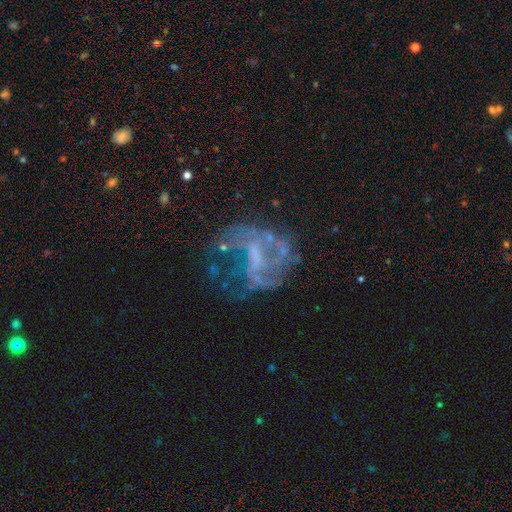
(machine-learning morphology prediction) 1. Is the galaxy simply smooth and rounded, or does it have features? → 76% featured or disk, 13% star or artifact, 11% smooth.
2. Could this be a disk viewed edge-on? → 98% no, 2% yes.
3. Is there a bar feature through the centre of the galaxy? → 47% no, 38% weak, 15% strong.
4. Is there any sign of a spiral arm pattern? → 64% yes, 36% no.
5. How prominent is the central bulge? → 57% none, 23% small, 16% moderate, 3% large, 1% dominant.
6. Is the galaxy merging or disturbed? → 46% none, 31% major disturbance, 18% minor disturbance, 5% merger.